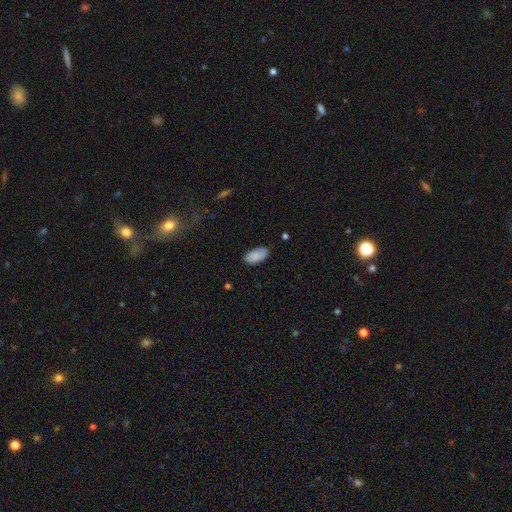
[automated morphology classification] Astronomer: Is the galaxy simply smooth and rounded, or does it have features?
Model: smooth — 86%.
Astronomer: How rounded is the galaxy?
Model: in between — 95%.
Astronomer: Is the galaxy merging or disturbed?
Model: none — 83%.